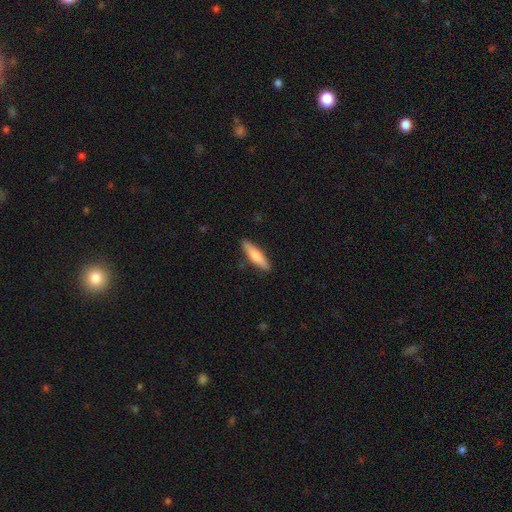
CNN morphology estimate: This appears to be a smooth galaxy with no disk features (71%) that is cigar-shaped (77%). Merging: none (88%).